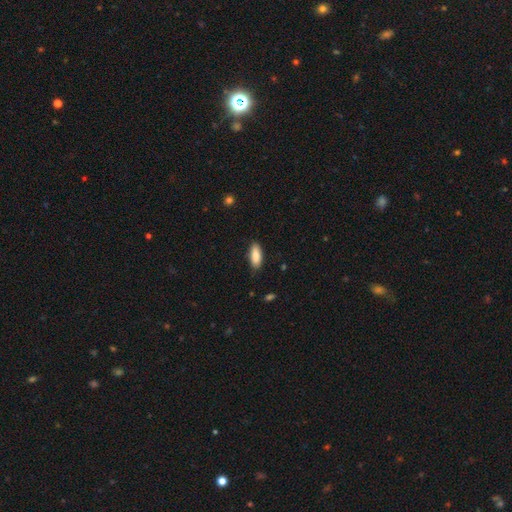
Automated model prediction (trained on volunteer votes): smooth-or-featured: smooth: 87% | featured or disk: 7% | star or artifact: 6%
  how-rounded: in between: 78% | cigar-shaped: 20% | round: 2%
  merging: none: 84% | minor disturbance: 13% | major disturbance: 2% | merger: 1%